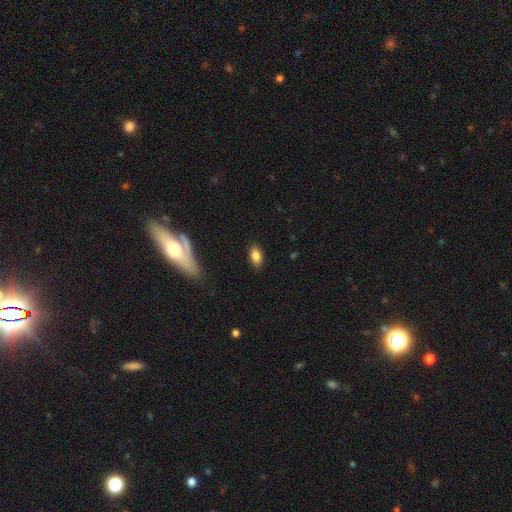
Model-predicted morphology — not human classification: Smooth or featured: smooth — 85% (star or artifact — 8%)
How rounded: in between — 90% (round — 7%)
Merging: none — 85% (minor disturbance — 11%)